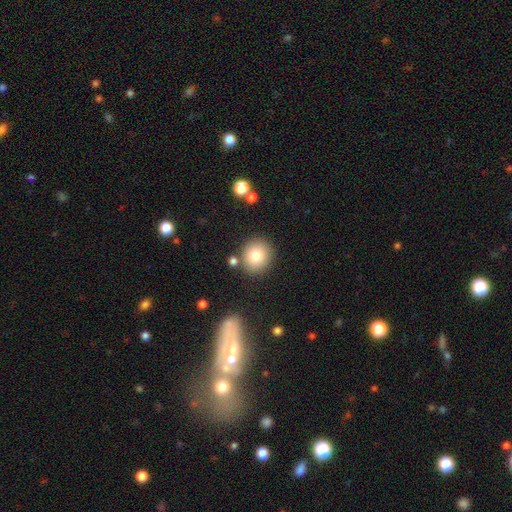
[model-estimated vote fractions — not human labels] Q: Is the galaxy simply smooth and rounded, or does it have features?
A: smooth — 80%.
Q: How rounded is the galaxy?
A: round — 83%.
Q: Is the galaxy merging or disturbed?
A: none — 82%.